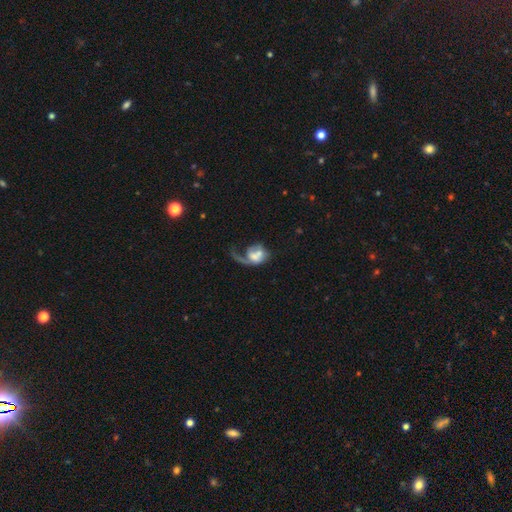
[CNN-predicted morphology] Overall: featured or disk (56%; smooth 36%). Edge-on disk: no (97%). Bar: no (70%). Spiral arms: yes (67%; no 33%). Bulge size: moderate (30%; small 24%). Merging: major disturbance (48%; merger 20%).